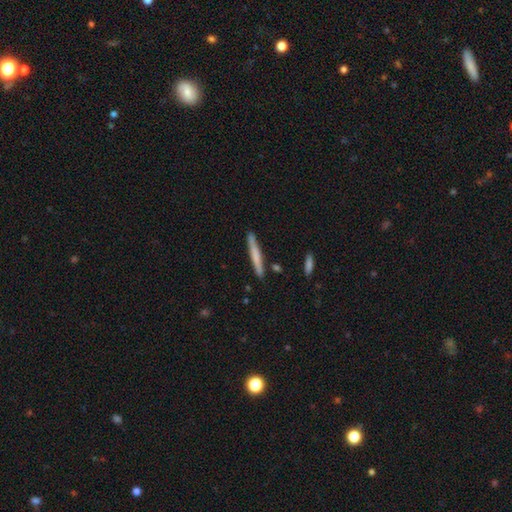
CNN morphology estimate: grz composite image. It shows a smooth galaxy with no disk features (60%) that is cigar-shaped (96%). Merging: none (87%).